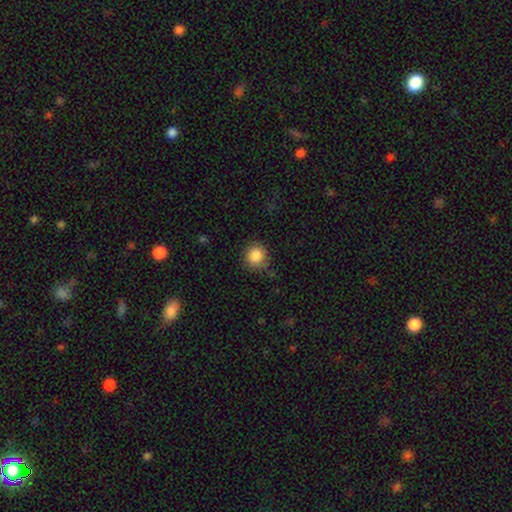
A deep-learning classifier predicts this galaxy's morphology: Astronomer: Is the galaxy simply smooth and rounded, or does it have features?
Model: smooth — 86%.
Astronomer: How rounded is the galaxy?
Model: round — 88%.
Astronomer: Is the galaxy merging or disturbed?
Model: none — 78%.